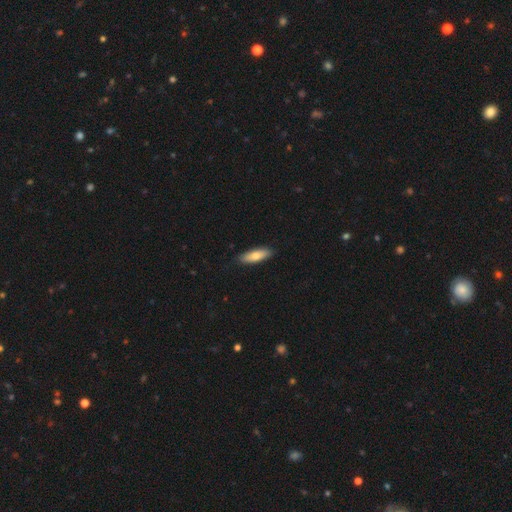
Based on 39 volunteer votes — Q: Smooth or featured?
A: smooth (67%); runner-up: featured or disk (26%)
Q: How rounded?
A: in between (65%); runner-up: cigar-shaped (35%)
Q: Merging?
A: none (92%); runner-up: minor disturbance (8%)